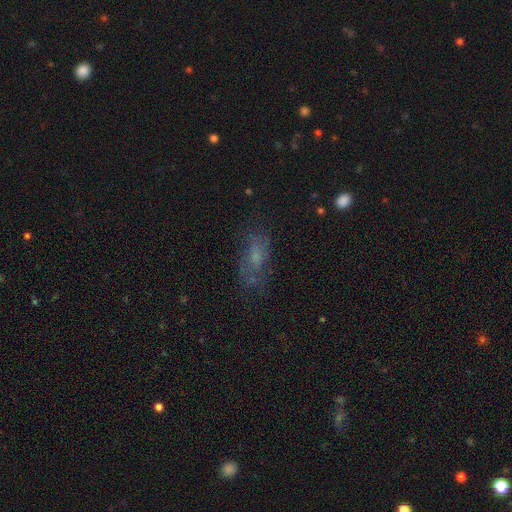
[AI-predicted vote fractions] This is possibly a smooth galaxy (47%). Merging: possibly none (57%).